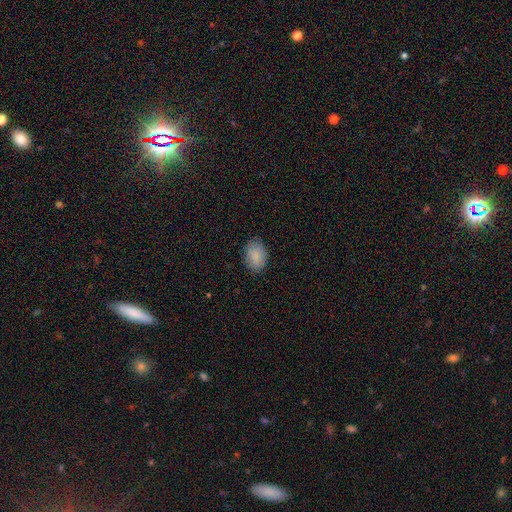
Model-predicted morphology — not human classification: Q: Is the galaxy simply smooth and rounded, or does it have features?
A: smooth — 87%.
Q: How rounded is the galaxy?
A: in between — 80%.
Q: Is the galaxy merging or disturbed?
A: none — 82%.